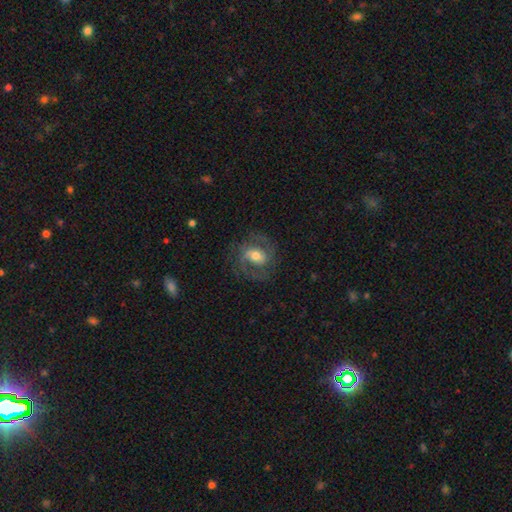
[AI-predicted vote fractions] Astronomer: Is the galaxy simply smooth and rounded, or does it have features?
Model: featured or disk — 78%.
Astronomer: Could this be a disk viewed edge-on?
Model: no — 97%.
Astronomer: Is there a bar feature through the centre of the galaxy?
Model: weak — 44% (runner-up: no, 38%).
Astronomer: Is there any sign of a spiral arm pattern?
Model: yes — 92%.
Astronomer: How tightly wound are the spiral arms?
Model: medium — 53%.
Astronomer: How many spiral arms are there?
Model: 2 — 76%.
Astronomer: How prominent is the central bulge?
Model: moderate — 68%.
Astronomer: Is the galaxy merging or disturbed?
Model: none — 72%.